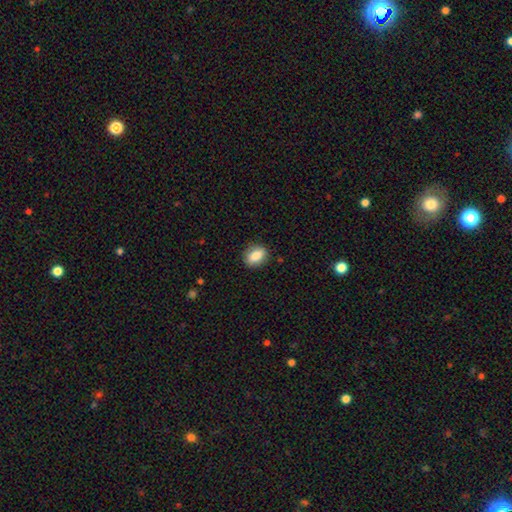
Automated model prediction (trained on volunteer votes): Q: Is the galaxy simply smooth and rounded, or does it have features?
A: smooth — 82%.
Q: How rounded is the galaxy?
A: in between — 69%.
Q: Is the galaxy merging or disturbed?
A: none — 86%.